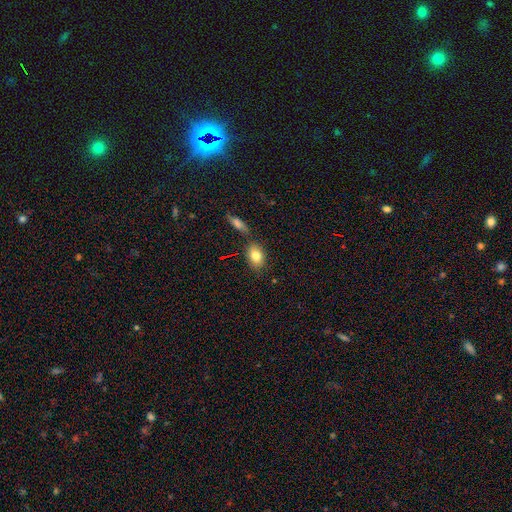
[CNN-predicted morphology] smooth_or_featured: smooth (p=0.80) [alt: featured or disk p=0.12]
how_rounded: in between (p=0.81) [alt: round p=0.17]
merging: none (p=0.72) [alt: minor disturbance p=0.13]